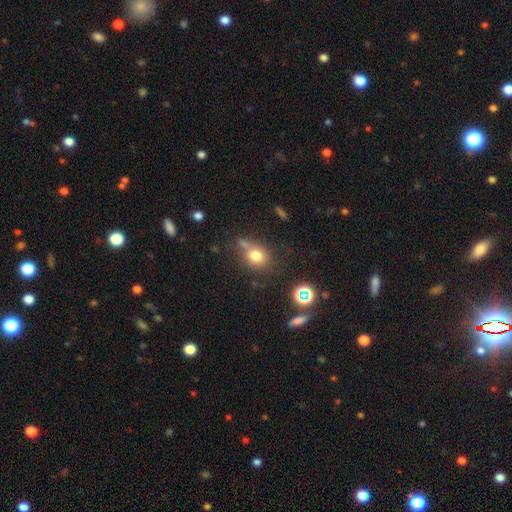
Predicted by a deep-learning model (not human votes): A smooth galaxy with no disk features (75%) that is round (72%).

Vote fractions:
- Smooth or featured? smooth: 75% / star or artifact: 15% / featured or disk: 10%
- How rounded? round: 72% / in between: 26% / cigar-shaped: 1%
- Merging? none: 57% / minor disturbance: 18% / merger: 16% / major disturbance: 9%